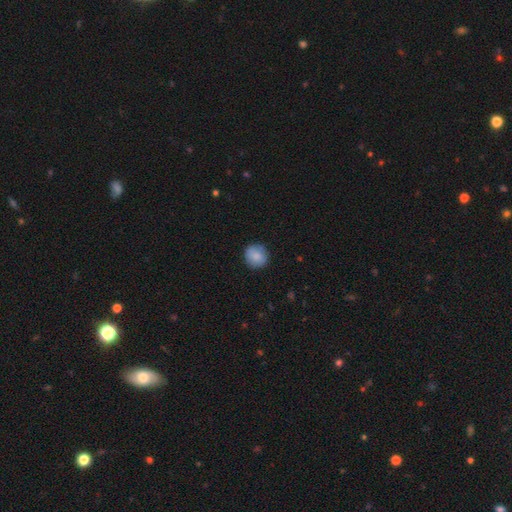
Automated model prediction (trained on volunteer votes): smooth_or_featured: smooth (p=0.85) [alt: featured or disk p=0.08]
how_rounded: round (p=0.87) [alt: in between p=0.12]
merging: none (p=0.85) [alt: minor disturbance p=0.12]